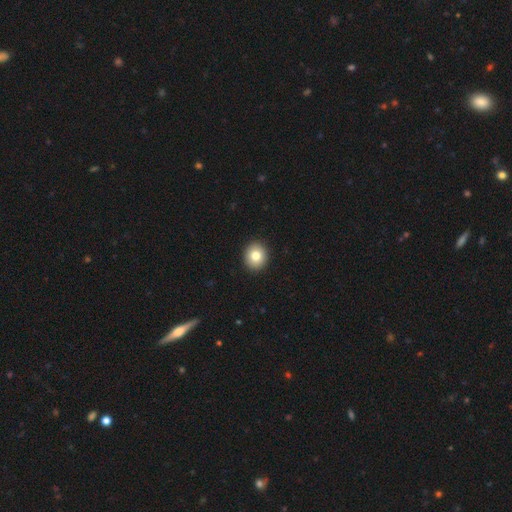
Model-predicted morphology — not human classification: Q: Smooth or featured?
A: smooth (80%); runner-up: featured or disk (10%)
Q: How rounded?
A: round (78%); runner-up: in between (21%)
Q: Merging?
A: none (93%); runner-up: minor disturbance (5%)